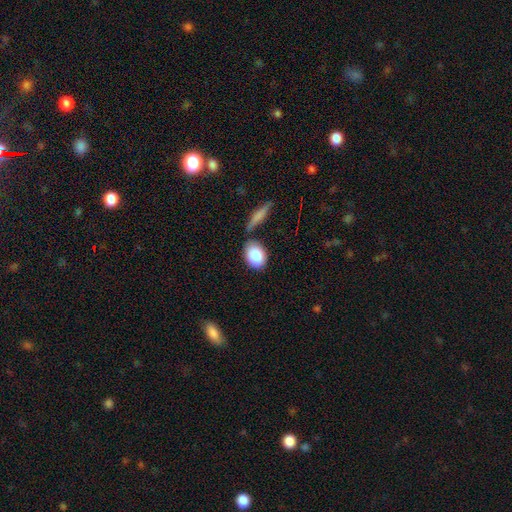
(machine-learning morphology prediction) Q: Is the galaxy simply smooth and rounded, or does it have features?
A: smooth — 86%.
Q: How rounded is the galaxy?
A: in between — 77%.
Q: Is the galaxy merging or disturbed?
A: none — 67%.